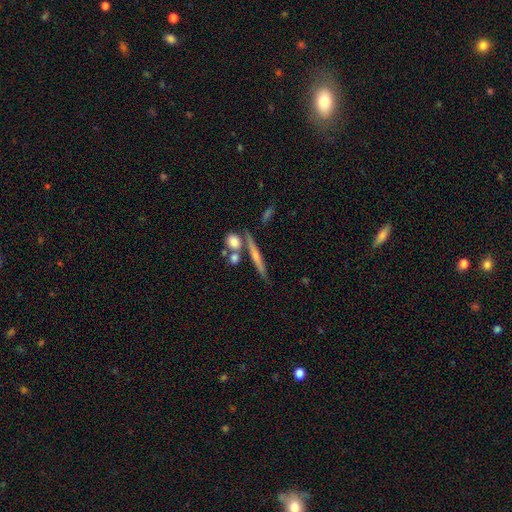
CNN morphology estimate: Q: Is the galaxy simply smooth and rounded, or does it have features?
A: featured or disk — 49%.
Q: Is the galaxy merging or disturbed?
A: none — 71%.